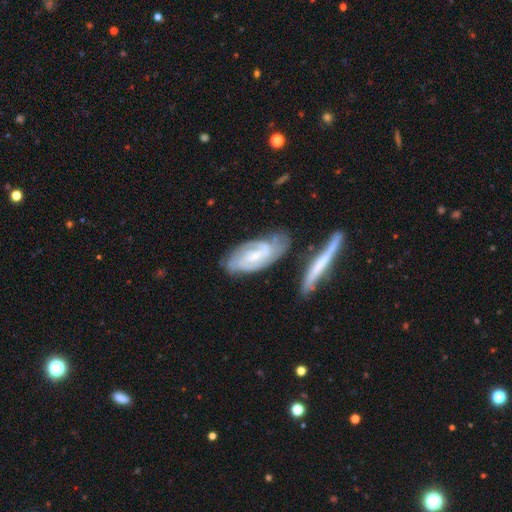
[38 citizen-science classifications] A featured or disk galaxy (87%) with a weak bar (63%), 2 (77%) tight (63%) spiral arms (100%) and a small central bulge (90%). Merging: none (34%).